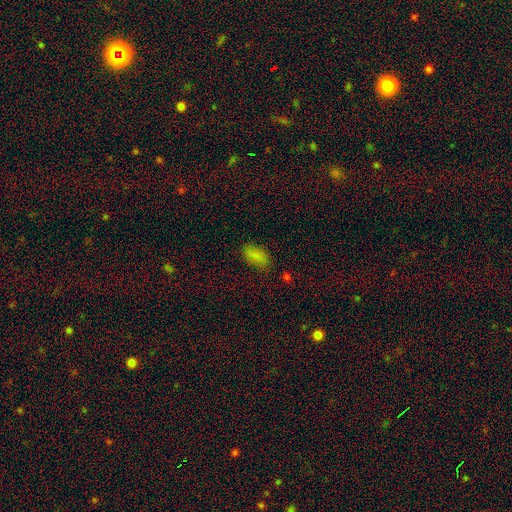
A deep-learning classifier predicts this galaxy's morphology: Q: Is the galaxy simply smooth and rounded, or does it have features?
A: smooth — 82%.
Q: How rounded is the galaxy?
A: in between — 92%.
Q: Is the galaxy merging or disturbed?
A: none — 78%.